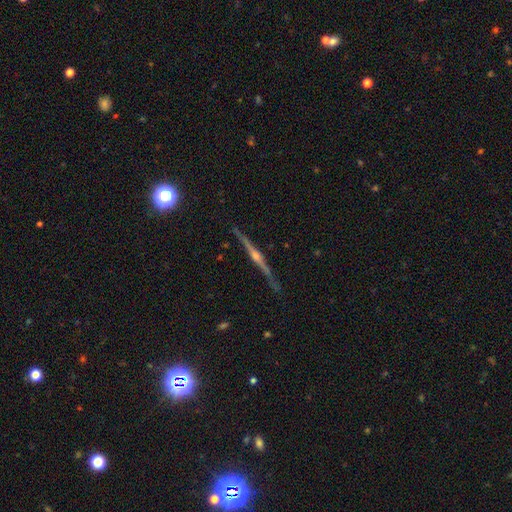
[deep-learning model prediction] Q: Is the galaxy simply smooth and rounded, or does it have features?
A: featured or disk — 86%.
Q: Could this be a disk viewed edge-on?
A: yes — 98%.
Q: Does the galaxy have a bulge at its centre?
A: rounded — 88%.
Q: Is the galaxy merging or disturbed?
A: none — 88%.